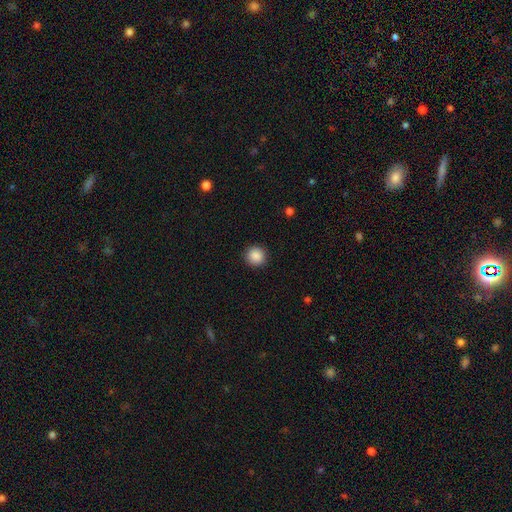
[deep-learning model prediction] Q: Smooth or featured?
A: smooth (88%); runner-up: star or artifact (9%)
Q: How rounded?
A: round (93%); runner-up: in between (6%)
Q: Merging?
A: none (91%); runner-up: minor disturbance (6%)